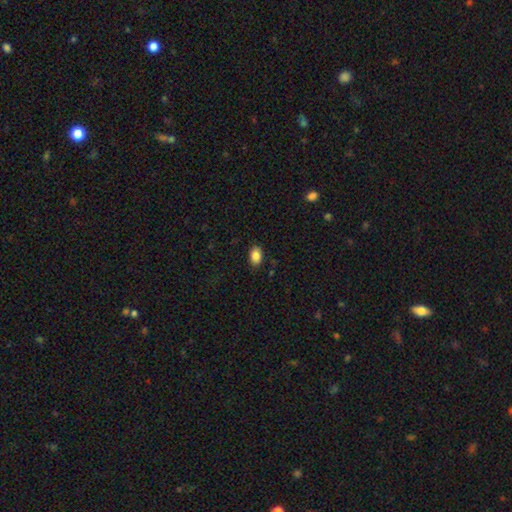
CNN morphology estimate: This appears to be a smooth galaxy with no disk features (87%) that is in between round and cigar-shaped (85%). Merging: none (86%).